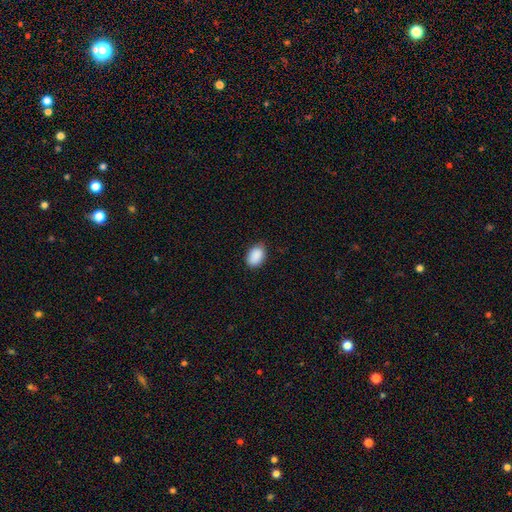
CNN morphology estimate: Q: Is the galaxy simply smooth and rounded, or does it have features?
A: smooth — 90%.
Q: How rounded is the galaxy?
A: in between — 86%.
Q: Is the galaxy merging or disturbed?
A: none — 81%.